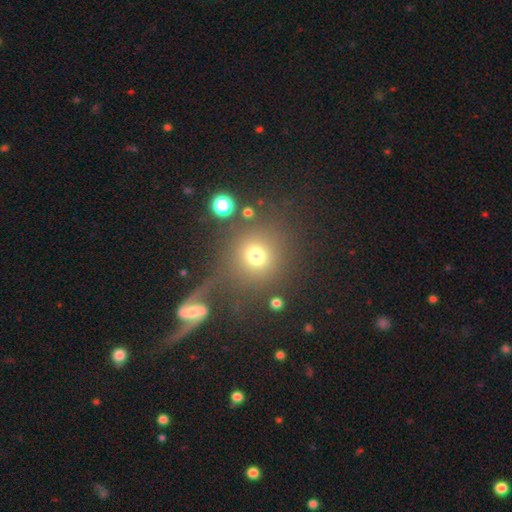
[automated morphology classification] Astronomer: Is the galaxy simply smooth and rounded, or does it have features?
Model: smooth — 72%.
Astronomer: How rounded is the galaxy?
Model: round — 90%.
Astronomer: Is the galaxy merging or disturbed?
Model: none — 68%.